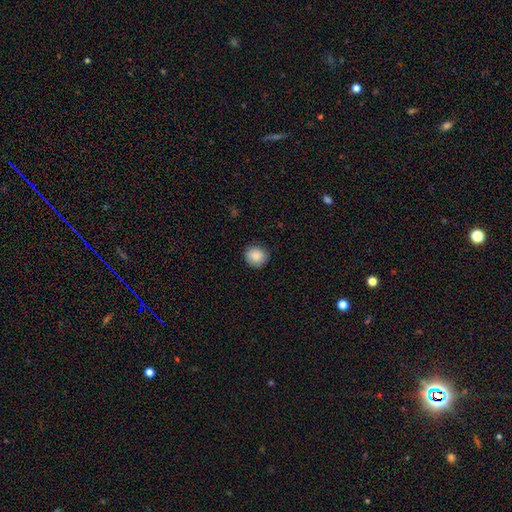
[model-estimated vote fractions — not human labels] Smooth or featured: smooth — 87% (star or artifact — 8%)
How rounded: round — 88% (in between — 11%)
Merging: none — 89% (minor disturbance — 8%)